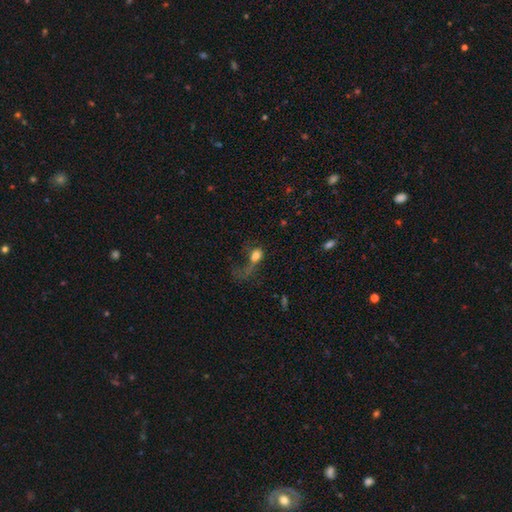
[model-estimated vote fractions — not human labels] This is likely a smooth galaxy (65%). How rounded: possibly in between (56%). Merging: possibly major disturbance (55%).